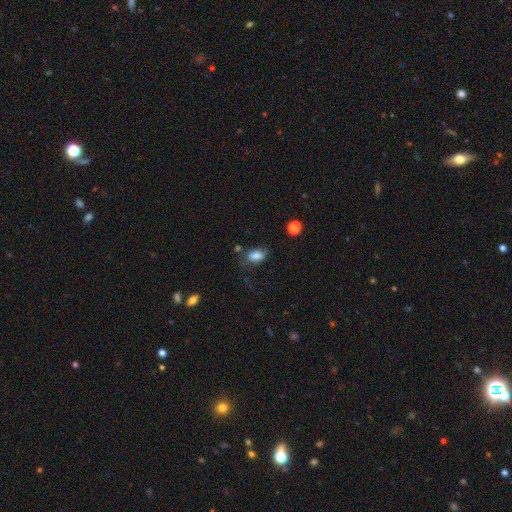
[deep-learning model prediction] smooth 82%, star or artifact 10%, featured or disk 8%. Down the decision tree: how rounded — in between (87%); merging — none (62%).